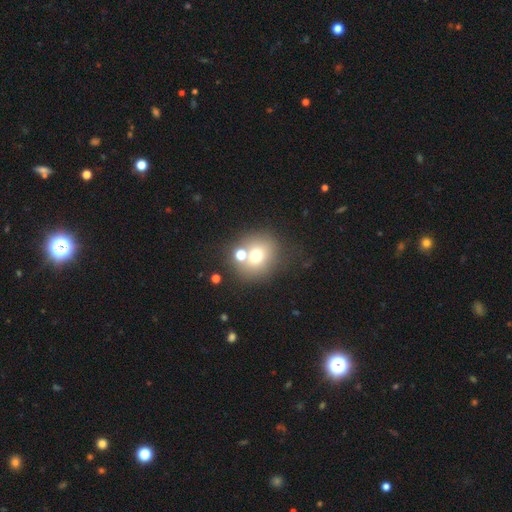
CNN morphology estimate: Smooth or featured?
  - smooth: 67% *
  - featured or disk: 17%
  - star or artifact: 16%
How rounded?
  - round: 80% *
  - in between: 19%
  - cigar-shaped: 1%
Merging?
  - none: 60% *
  - merger: 25%
  - minor disturbance: 10%
  - major disturbance: 5%